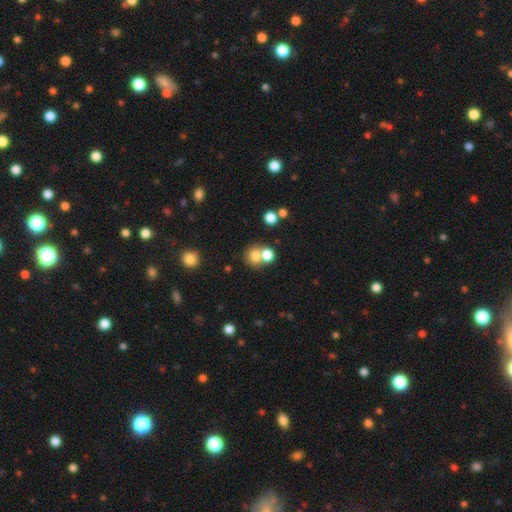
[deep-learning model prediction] A smooth galaxy with no disk features (74%) that is round (79%).

Vote fractions:
- Smooth or featured? smooth: 74% / star or artifact: 14% / featured or disk: 12%
- How rounded? round: 79% / in between: 20% / cigar-shaped: 1%
- Merging? none: 46% / merger: 42% / minor disturbance: 8% / major disturbance: 4%